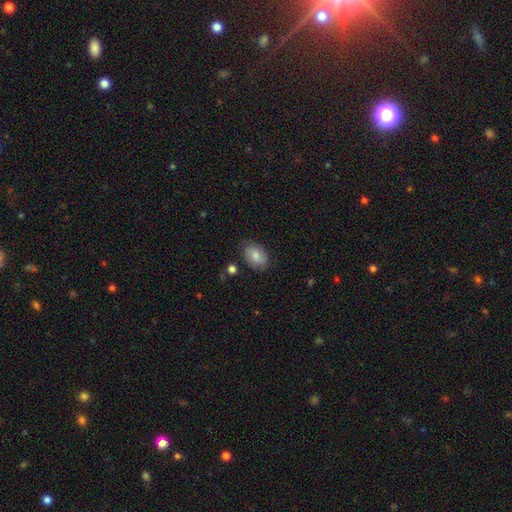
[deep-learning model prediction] Smooth or featured: smooth — 77% (featured or disk — 15%)
How rounded: in between — 84% (round — 15%)
Merging: none — 78% (minor disturbance — 16%)